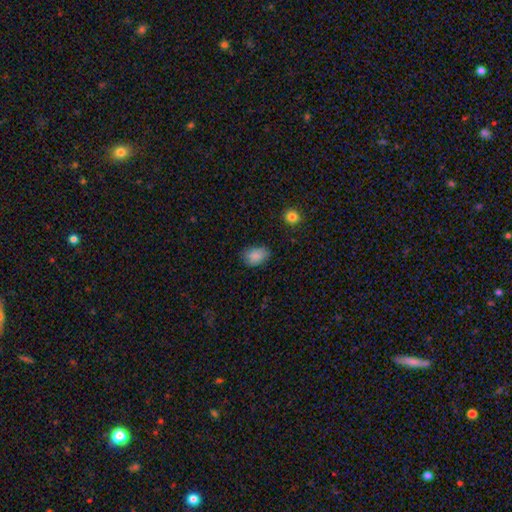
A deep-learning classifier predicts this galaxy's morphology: A smooth galaxy with no disk features (87%) that is in between round and cigar-shaped (81%). Merging: none (78%).